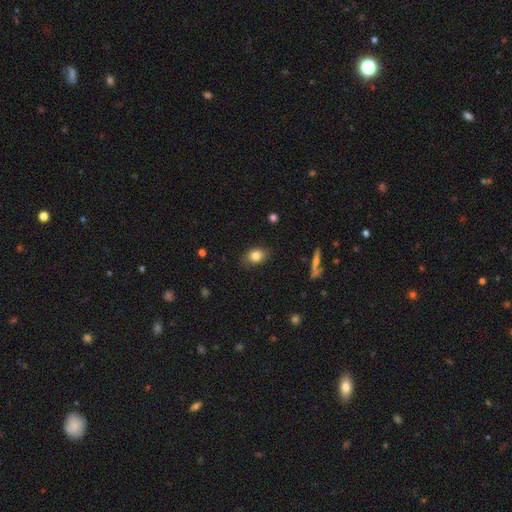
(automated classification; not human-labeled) Smooth or featured?
  - smooth: 82% *
  - star or artifact: 9%
  - featured or disk: 9%
How rounded?
  - in between: 68% *
  - round: 31%
  - cigar-shaped: 2%
Merging?
  - none: 82% *
  - minor disturbance: 14%
  - major disturbance: 3%
  - merger: 1%